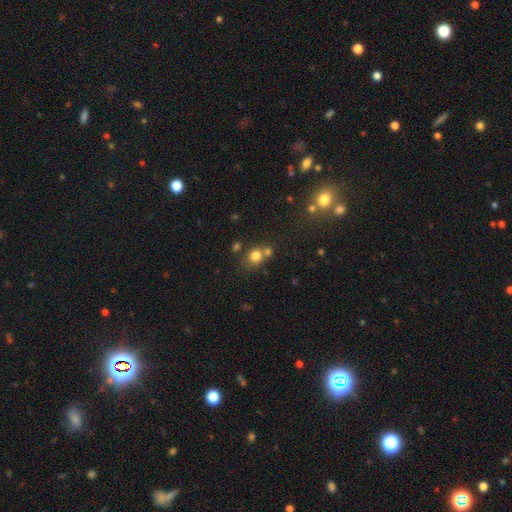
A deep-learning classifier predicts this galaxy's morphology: This appears to be a smooth galaxy with no disk features (78%) that is round (74%). Merging: none (54%).